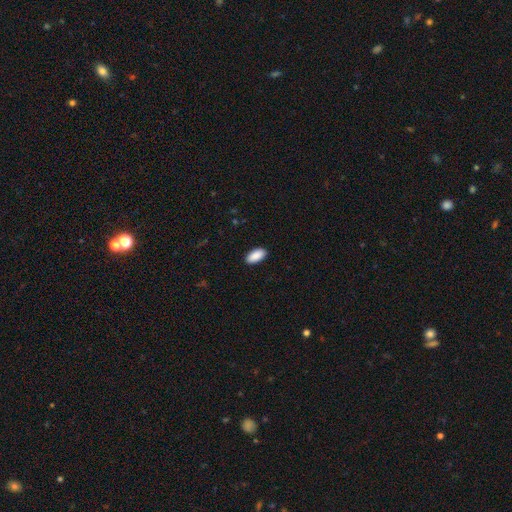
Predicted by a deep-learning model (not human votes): Morphology: type=smooth (91%); roundness=in between (94%); merging=none (90%).